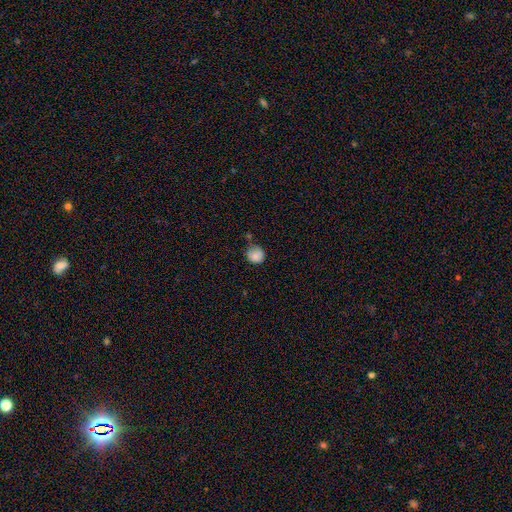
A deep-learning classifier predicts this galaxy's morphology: A smooth galaxy with no disk features (84%) that is round (87%). Merging: none (62%).